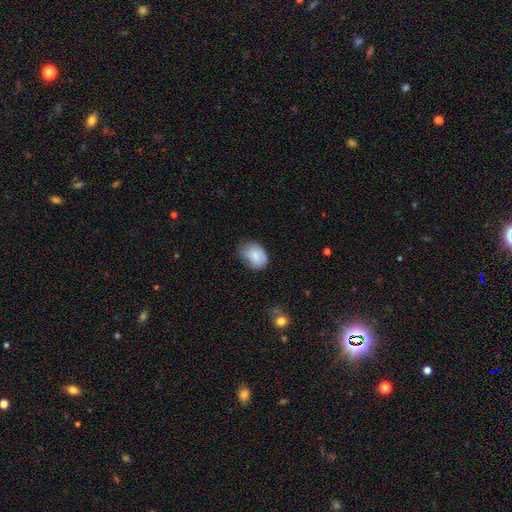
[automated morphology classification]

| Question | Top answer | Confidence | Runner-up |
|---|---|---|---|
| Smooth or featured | smooth | 79% | featured or disk (14%) |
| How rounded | in between | 75% | round (24%) |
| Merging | none | 49% | minor disturbance (39%) |